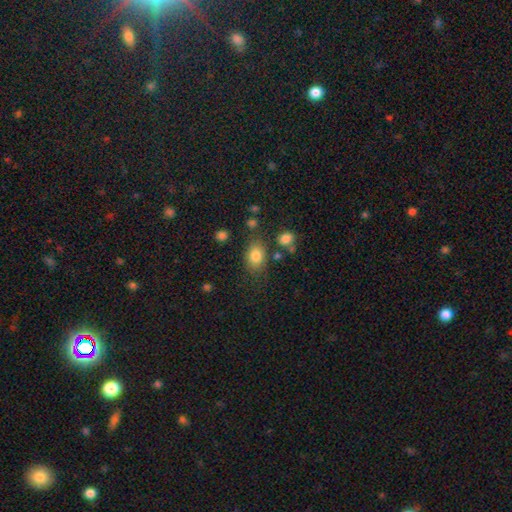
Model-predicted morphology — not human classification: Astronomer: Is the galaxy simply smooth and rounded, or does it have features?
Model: smooth — 81%.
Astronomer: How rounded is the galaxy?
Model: in between — 71%.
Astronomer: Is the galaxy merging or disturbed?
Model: none — 71%.